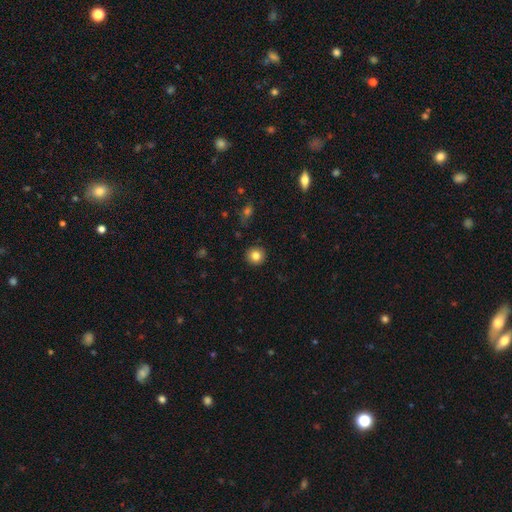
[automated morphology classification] type=smooth (83%); roundness=round (93%); merging=none (92%).